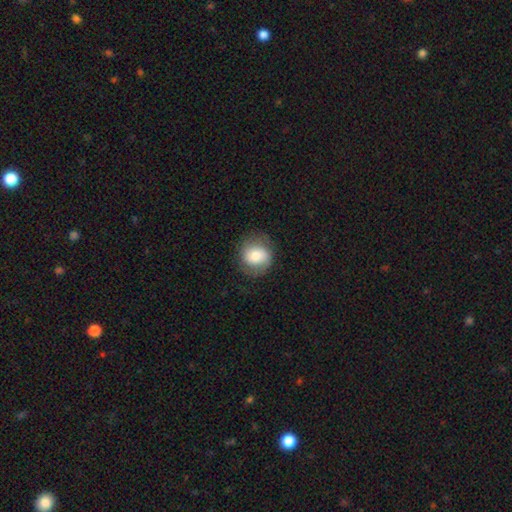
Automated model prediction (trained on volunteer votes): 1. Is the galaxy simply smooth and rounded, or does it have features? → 67% smooth, 25% featured or disk, 8% star or artifact.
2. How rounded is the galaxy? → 79% round, 20% in between, 1% cigar-shaped.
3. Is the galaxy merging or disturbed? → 74% none, 17% minor disturbance, 7% major disturbance, 1% merger.